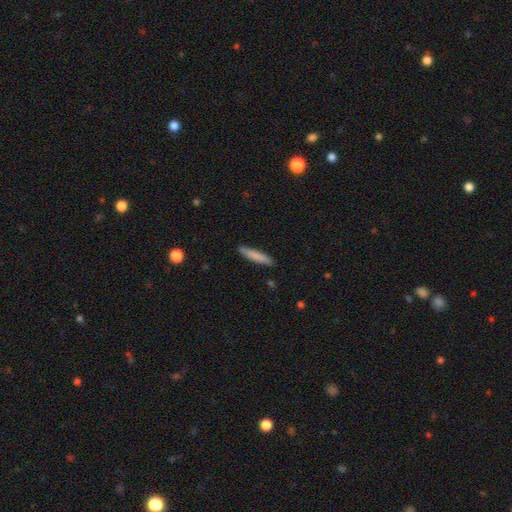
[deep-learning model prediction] smooth-or-featured: smooth: 79% | featured or disk: 15% | star or artifact: 6%
  how-rounded: cigar-shaped: 91% | in between: 8% | round: 1%
  merging: none: 89% | minor disturbance: 8% | major disturbance: 2% | merger: 1%